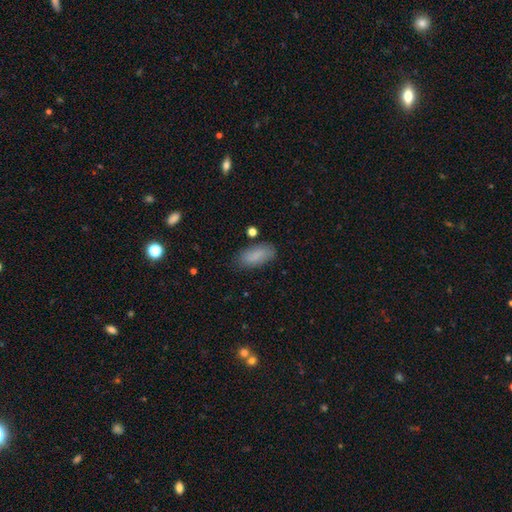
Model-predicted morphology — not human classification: Smooth or featured: smooth — 83% (featured or disk — 9%)
How rounded: in between — 88% (cigar-shaped — 9%)
Merging: none — 77% (minor disturbance — 17%)